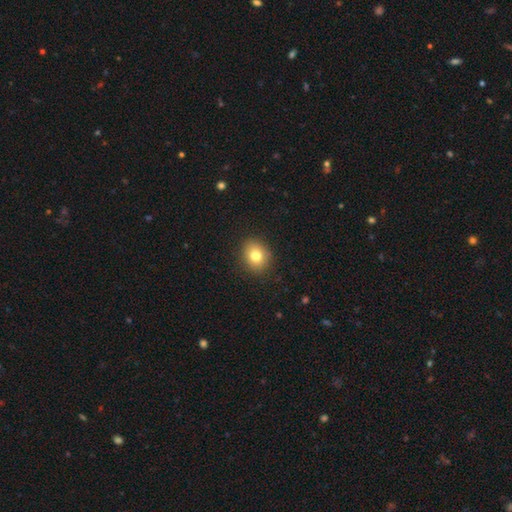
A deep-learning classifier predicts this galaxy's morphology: Overall: smooth (80%). How rounded: round (62%; in between 37%). Merging: none (89%).